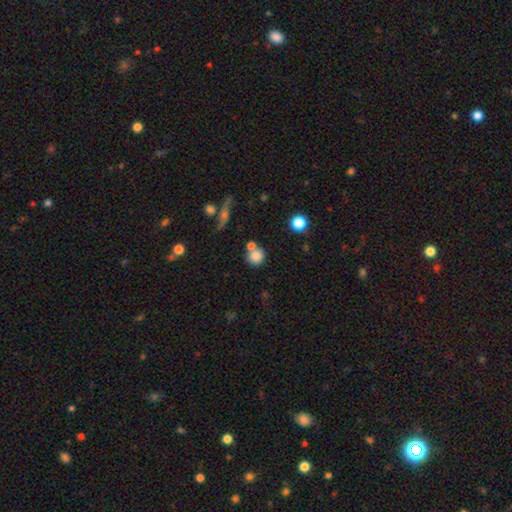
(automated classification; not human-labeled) Q: Smooth or featured?
A: smooth (81%); runner-up: star or artifact (10%)
Q: How rounded?
A: round (88%); runner-up: in between (11%)
Q: Merging?
A: none (60%); runner-up: merger (25%)